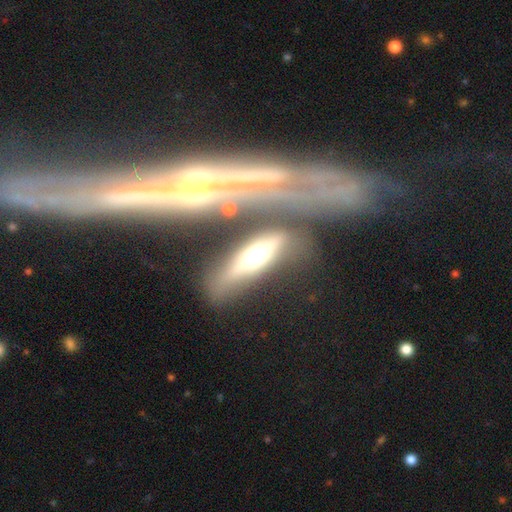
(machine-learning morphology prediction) smooth_or_featured: featured or disk (p=0.53) [alt: smooth p=0.38]
disk_edge_on: yes (p=0.80) [alt: no p=0.20]
merging: none (p=0.65) [alt: merger p=0.16]